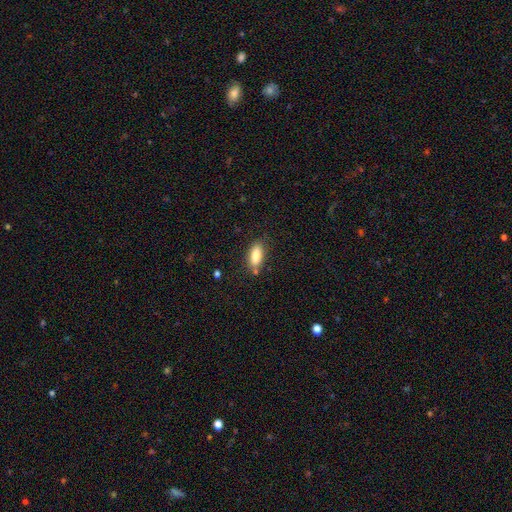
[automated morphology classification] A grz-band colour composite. It shows a smooth galaxy with no disk features (84%) that is in between round and cigar-shaped (82%). Merging: none (77%).